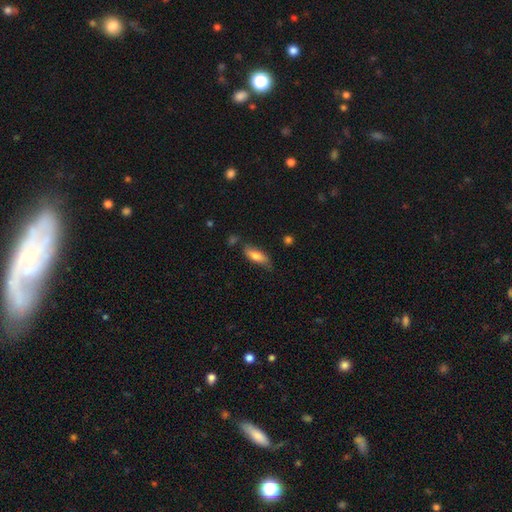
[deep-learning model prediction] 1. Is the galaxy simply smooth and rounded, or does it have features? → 76% smooth, 17% featured or disk, 6% star or artifact.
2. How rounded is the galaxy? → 64% in between, 34% cigar-shaped, 2% round.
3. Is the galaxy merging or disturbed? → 66% none, 24% minor disturbance, 6% major disturbance, 5% merger.